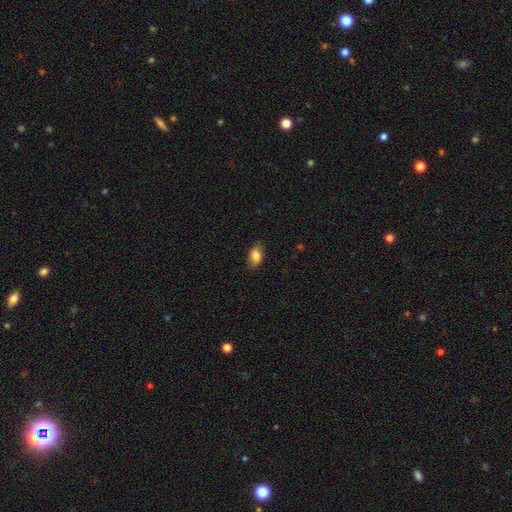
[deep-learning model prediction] smooth-or-featured: smooth: 84% | featured or disk: 8% | star or artifact: 7%
  how-rounded: in between: 89% | round: 9% | cigar-shaped: 2%
  merging: none: 84% | minor disturbance: 13% | major disturbance: 3% | merger: 1%